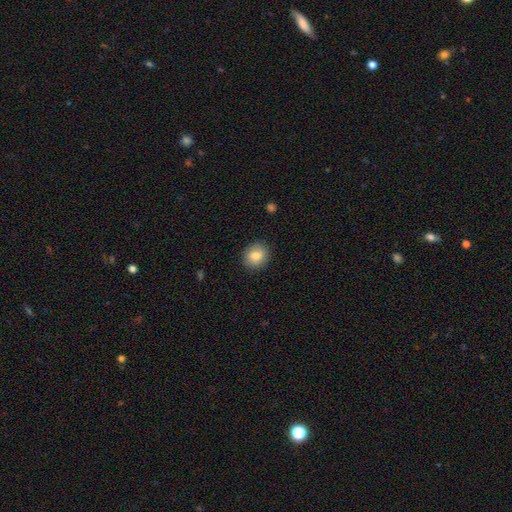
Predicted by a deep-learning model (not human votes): Smooth or featured: smooth — 81% (featured or disk — 10%)
How rounded: round — 79% (in between — 20%)
Merging: none — 89% (minor disturbance — 8%)